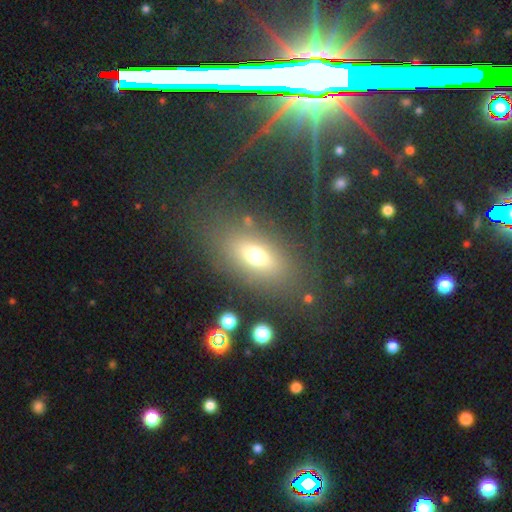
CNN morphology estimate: smooth_or_featured: smooth (p=0.63) [alt: featured or disk p=0.22]
how_rounded: in between (p=0.78) [alt: round p=0.12]
merging: none (p=0.69) [alt: minor disturbance p=0.13]